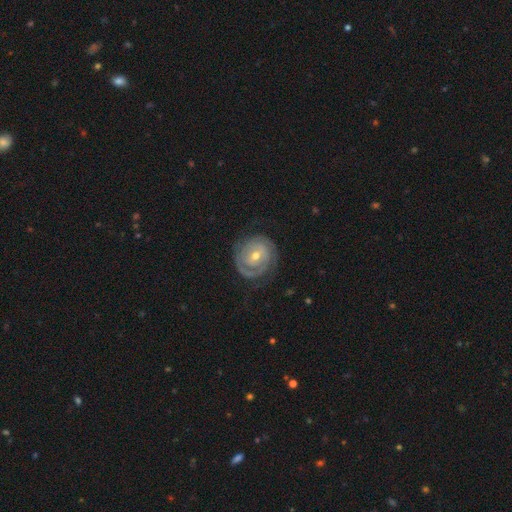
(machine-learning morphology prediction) A featured or disk galaxy (84%) with no bar (60%), 2 (48%) tight (79%) spiral arms (92%) and a moderate central bulge (54%).

Vote fractions:
- Smooth or featured? featured or disk: 84% / smooth: 11% / star or artifact: 5%
- Edge-on disk? no: 97% / yes: 3%
- Bar? no: 60% / weak: 30% / strong: 10%
- Spiral arms? yes: 92% / no: 8%
- Spiral winding? tight: 79% / medium: 16% / loose: 5%
- Spiral arm count? 2: 48% / can't tell: 25% / 1: 10% / 3: 10% / 4: 4% / more than 4: 3%
- Bulge size? moderate: 54% / small: 43% / large: 2% / none: 1% / dominant: 1%
- Merging? none: 77% / minor disturbance: 15% / major disturbance: 7% / merger: 1%